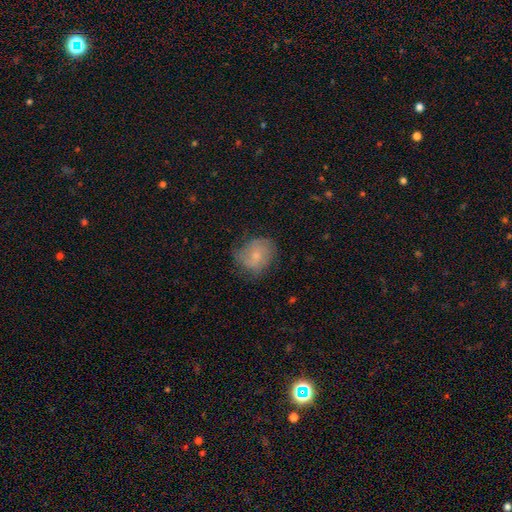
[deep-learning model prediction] Q: Smooth or featured?
A: smooth (50%); runner-up: featured or disk (41%)
Q: How rounded?
A: round (63%); runner-up: in between (36%)
Q: Merging?
A: none (63%); runner-up: minor disturbance (26%)